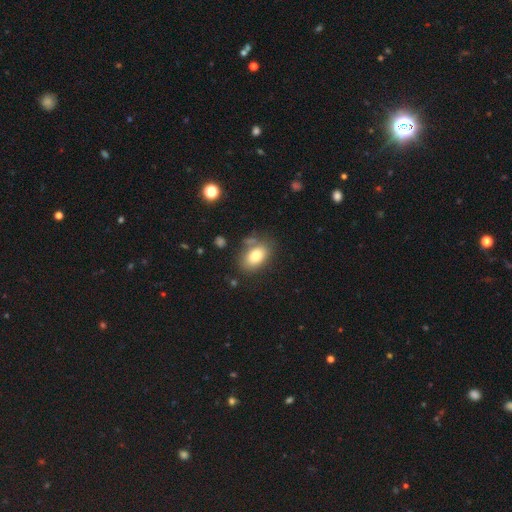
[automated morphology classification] This is likely a smooth galaxy (78%). How rounded: clearly in between (86%). Merging: likely none (71%).